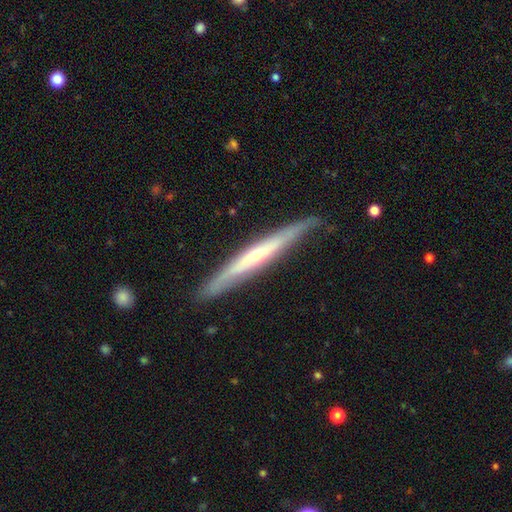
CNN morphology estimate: The model was most divided on "edge-on bulge": rounded: 55%, none: 40%, boxy: 5%. More confident: edge-on disk — yes (91%); merging — none (81%); smooth or featured — featured or disk (70%).